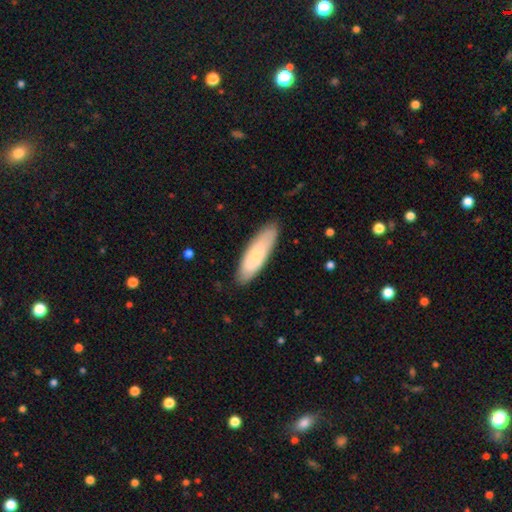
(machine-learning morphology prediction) Smooth or featured?
  - smooth: 63% *
  - featured or disk: 31%
  - star or artifact: 6%
How rounded?
  - in between: 49% * (tied)
  - cigar-shaped: 49% * (tied)
  - round: 2%
Merging?
  - none: 83% *
  - minor disturbance: 13%
  - major disturbance: 2%
  - merger: 1%